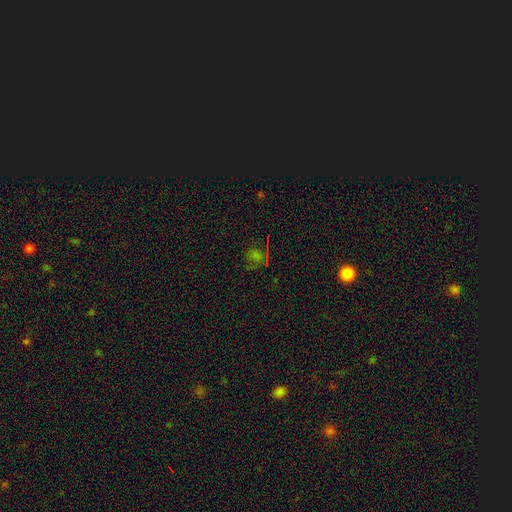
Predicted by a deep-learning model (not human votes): Morphology: type=star or artifact (51%).